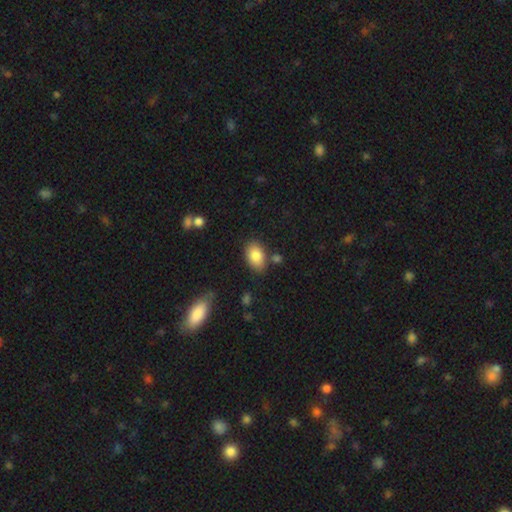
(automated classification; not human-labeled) A smooth galaxy with no disk features (84%) that is in between round and cigar-shaped (89%).

Vote fractions:
- Smooth or featured? smooth: 84% / featured or disk: 9% / star or artifact: 7%
- How rounded? in between: 89% / round: 10% / cigar-shaped: 1%
- Merging? none: 76% / minor disturbance: 15% / merger: 6% / major disturbance: 3%